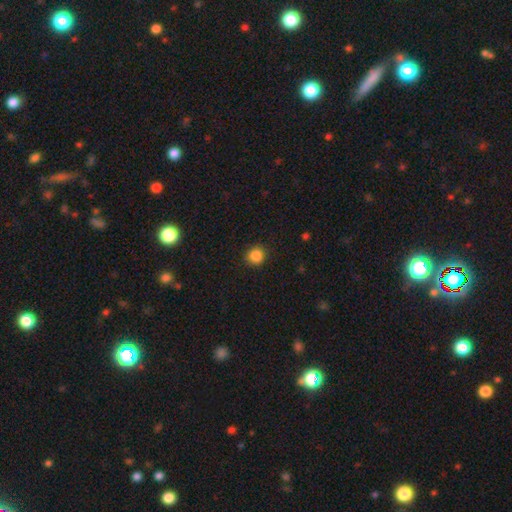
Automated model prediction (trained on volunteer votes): Smooth or featured?
  - smooth: 86% *
  - star or artifact: 11%
  - featured or disk: 3%
How rounded?
  - round: 88% *
  - in between: 11%
  - cigar-shaped: 1%
Merging?
  - none: 87% *
  - minor disturbance: 9%
  - major disturbance: 2%
  - merger: 1%